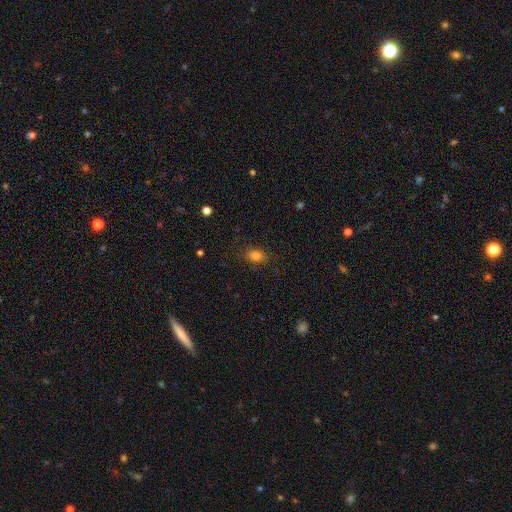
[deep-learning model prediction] Smooth or featured?
  - smooth: 82% *
  - star or artifact: 12%
  - featured or disk: 6%
How rounded?
  - in between: 68% *
  - round: 31%
  - cigar-shaped: 1%
Merging?
  - none: 83% *
  - minor disturbance: 12%
  - major disturbance: 4%
  - merger: 1%